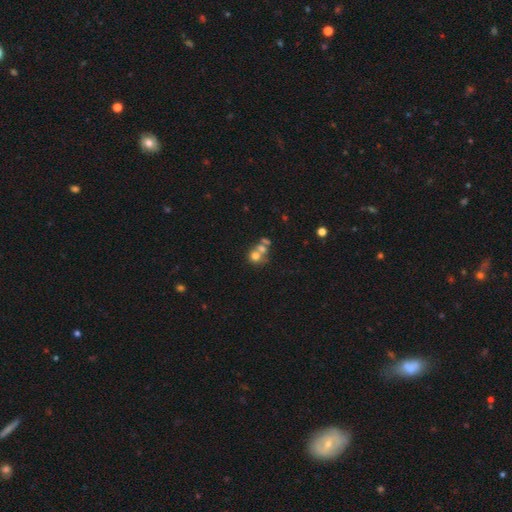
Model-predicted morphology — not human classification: This appears to be a smooth galaxy with no disk features (65%) that is round (77%). Merging: merger (53%).